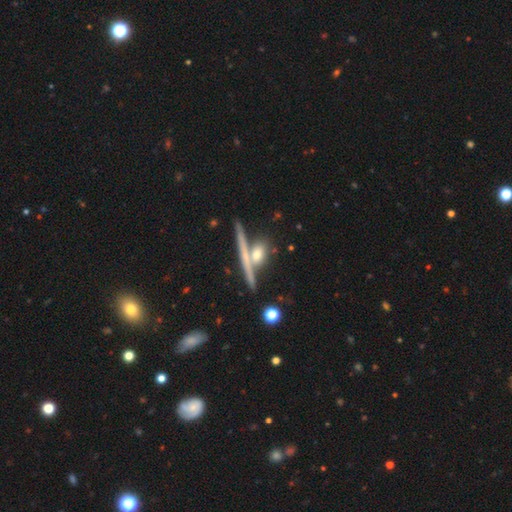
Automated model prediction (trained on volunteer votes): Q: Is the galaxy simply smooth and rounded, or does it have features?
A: smooth — 54%.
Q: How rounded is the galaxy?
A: cigar-shaped — 45%.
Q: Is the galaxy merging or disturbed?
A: none — 59%.